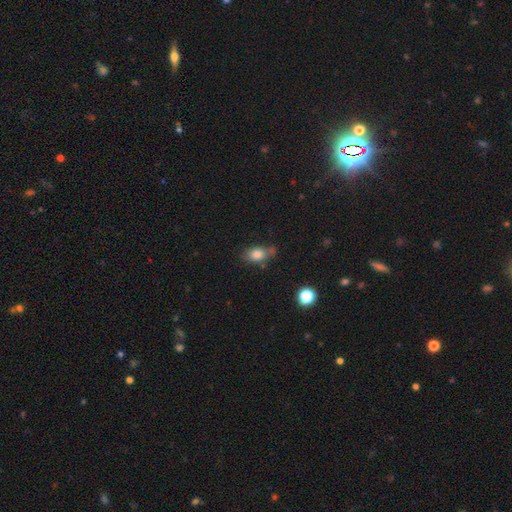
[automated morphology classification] smooth_or_featured: smooth (p=0.79) [alt: star or artifact p=0.11]
how_rounded: in between (p=0.80) [alt: round p=0.16]
merging: none (p=0.62) [alt: minor disturbance p=0.25]